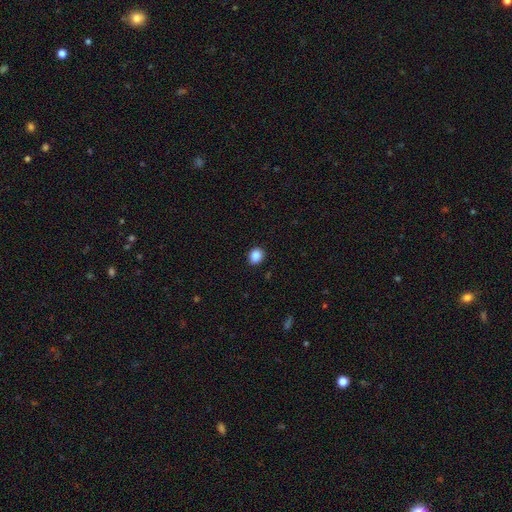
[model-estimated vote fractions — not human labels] Overall: smooth (88%). How rounded: round (60%; in between 39%). Merging: none (90%).